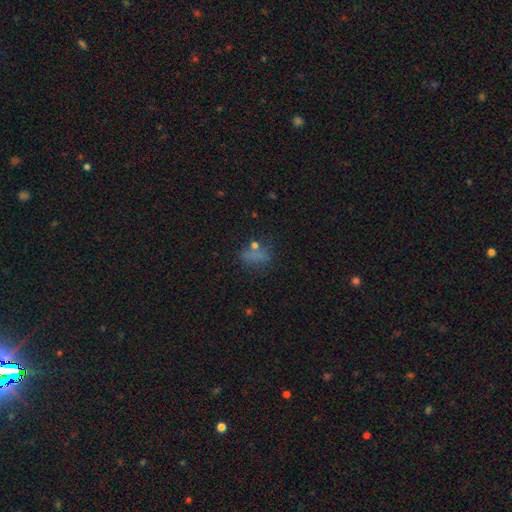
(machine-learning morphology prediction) smooth 53%, star or artifact 31%, featured or disk 16%. Down the decision tree: how rounded — in between (56%); merging — none (61%).